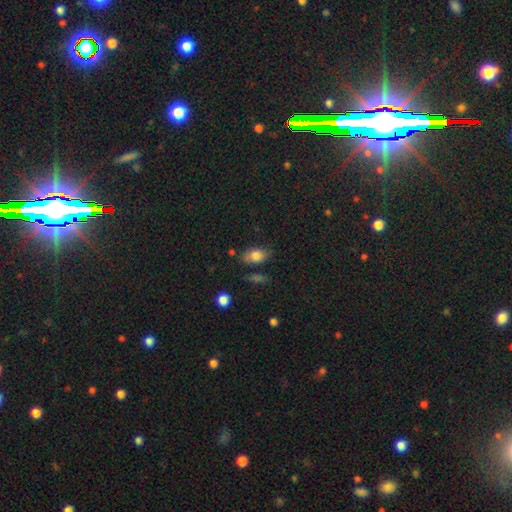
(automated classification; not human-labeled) smooth 79%, featured or disk 12%, star or artifact 9%. Down the decision tree: how rounded — in between (86%); merging — none (72%).